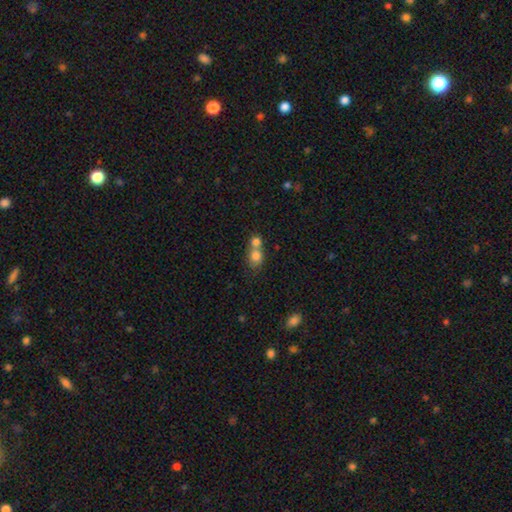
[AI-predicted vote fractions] This is likely a smooth galaxy (78%). How rounded: likely round (67%). Merging: likely merger (63%).